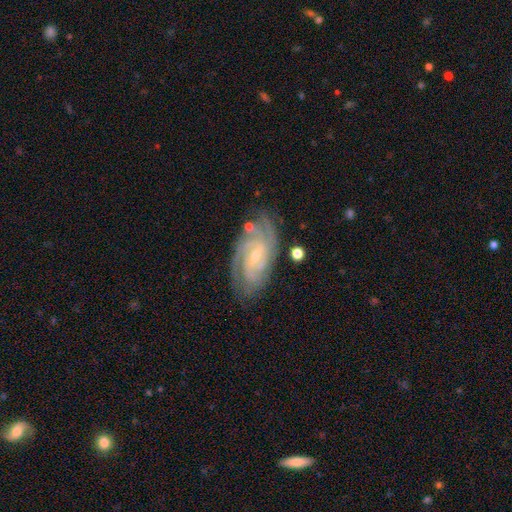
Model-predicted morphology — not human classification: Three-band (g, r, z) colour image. It shows a featured or disk galaxy (87%) with no bar (50%), 3 (26%) tight (69%) spiral arms (97%) and a small central bulge (73%). Merging: none (75%).